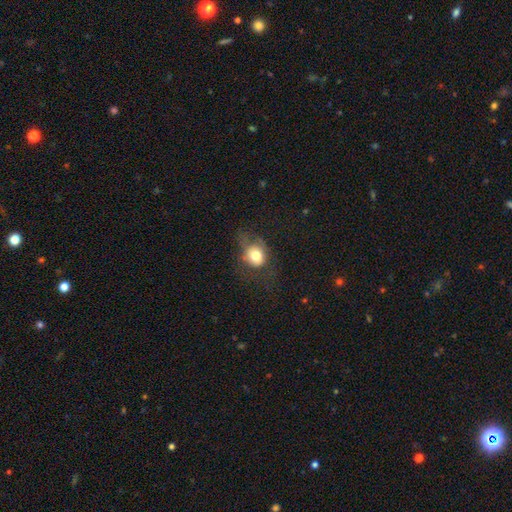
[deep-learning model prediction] A smooth galaxy with no disk features (72%) that is round (61%). Merging: none (43%).